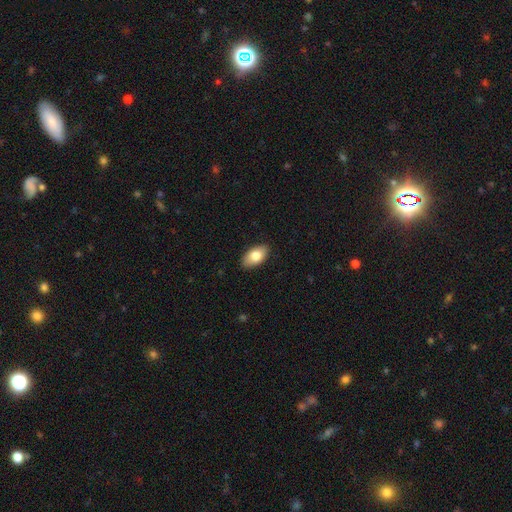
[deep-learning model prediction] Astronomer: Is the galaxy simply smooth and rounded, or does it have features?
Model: smooth — 79%.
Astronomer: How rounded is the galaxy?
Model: in between — 94%.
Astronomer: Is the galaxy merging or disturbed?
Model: none — 88%.